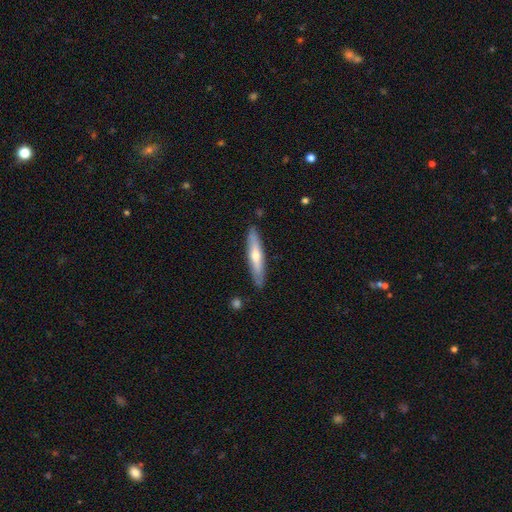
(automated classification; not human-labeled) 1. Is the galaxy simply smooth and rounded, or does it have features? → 48% smooth, 47% featured or disk, 5% star or artifact.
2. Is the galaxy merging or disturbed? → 86% none, 10% minor disturbance, 2% major disturbance, 2% merger.